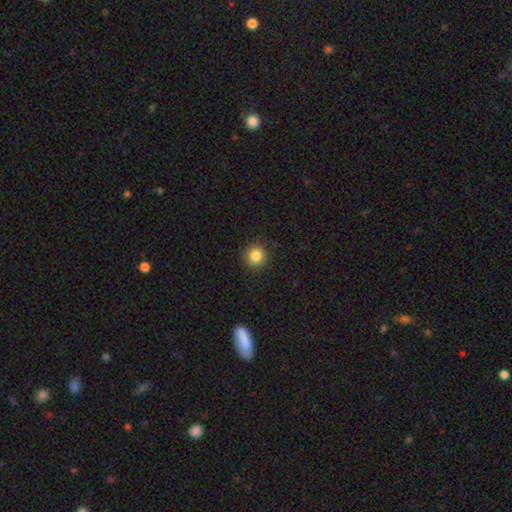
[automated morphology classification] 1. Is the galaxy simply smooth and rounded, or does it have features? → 85% smooth, 10% star or artifact, 5% featured or disk.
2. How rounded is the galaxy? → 94% round, 5% in between, 1% cigar-shaped.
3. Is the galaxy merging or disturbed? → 91% none, 6% minor disturbance, 2% major disturbance, 1% merger.